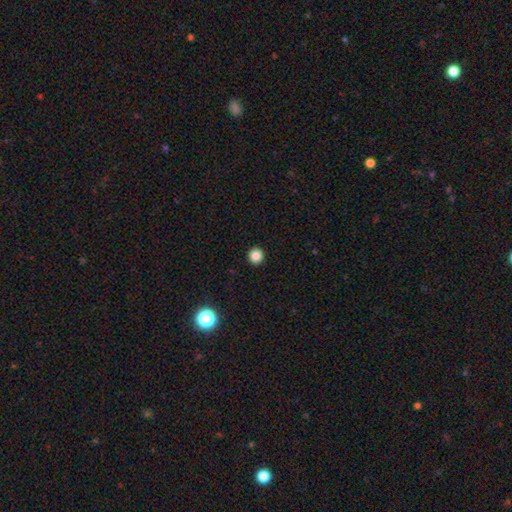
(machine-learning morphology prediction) smooth-or-featured: smooth: 85% | star or artifact: 12% | featured or disk: 3%
  how-rounded: round: 96% | in between: 3% | cigar-shaped: 1%
  merging: none: 94% | minor disturbance: 4% | major disturbance: 2% | merger: 1%